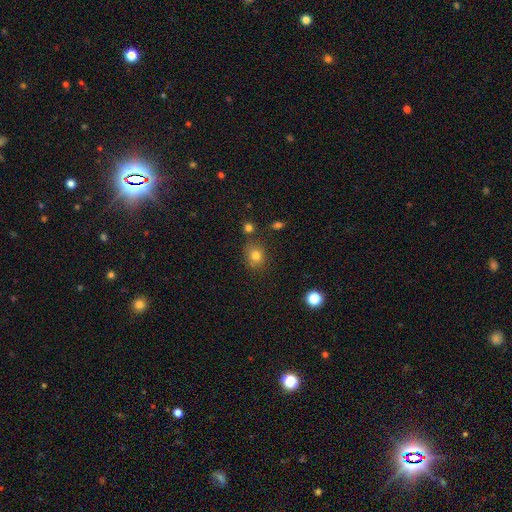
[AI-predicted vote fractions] smooth_or_featured: smooth (p=0.79) [alt: star or artifact p=0.13]
how_rounded: round (p=0.71) [alt: in between p=0.28]
merging: none (p=0.73) [alt: minor disturbance p=0.15]